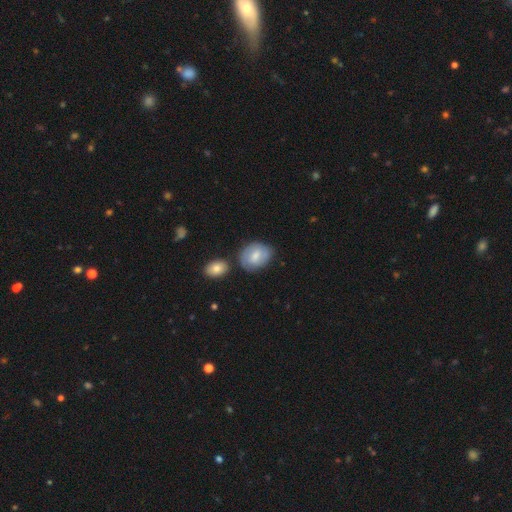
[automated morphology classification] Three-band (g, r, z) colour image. It shows a smooth galaxy with no disk features (68%) that is in between round and cigar-shaped (62%). Merging: none (63%).